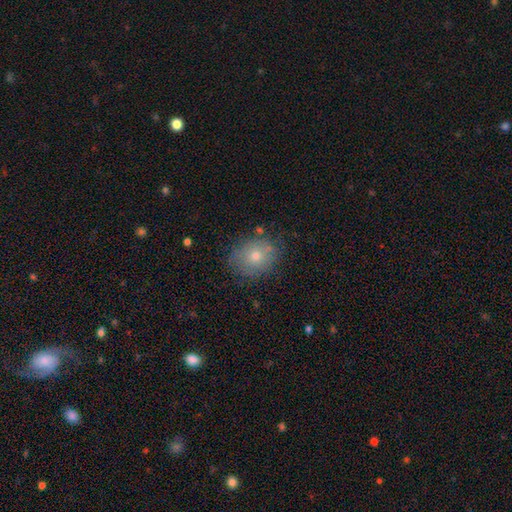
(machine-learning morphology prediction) This appears to be a smooth galaxy with no disk features (67%) that is round (50%). Merging: none (78%).